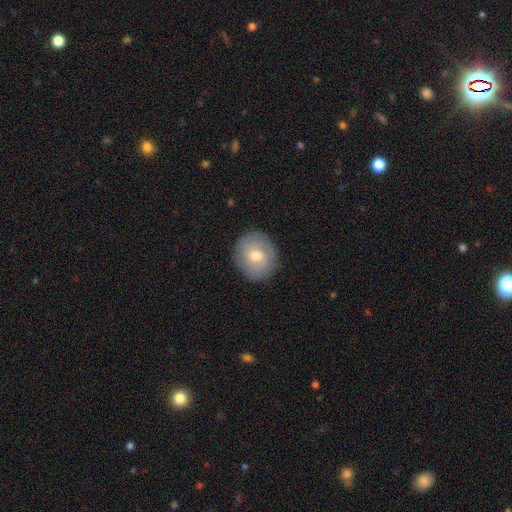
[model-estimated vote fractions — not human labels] Smooth or featured?
  - smooth: 67% *
  - featured or disk: 25%
  - star or artifact: 8%
How rounded?
  - round: 73% *
  - in between: 26%
  - cigar-shaped: 1%
Merging?
  - none: 87% *
  - minor disturbance: 9%
  - major disturbance: 3%
  - merger: 1%